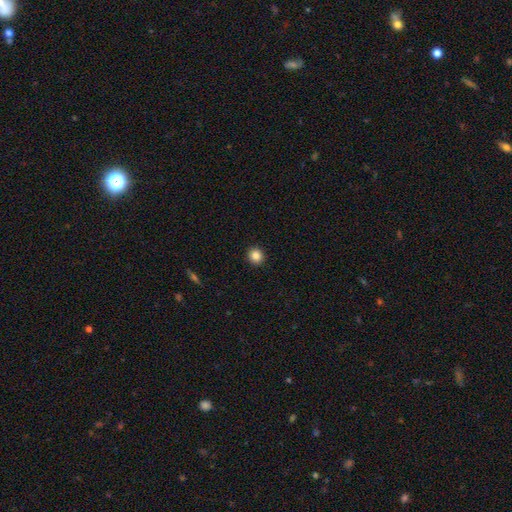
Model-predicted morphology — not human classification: A smooth galaxy with no disk features (84%) that is round (91%). Merging: none (93%).